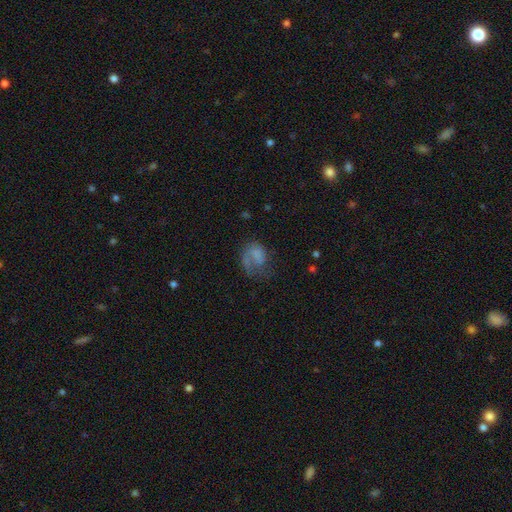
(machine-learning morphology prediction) smooth-or-featured: featured or disk: 48% | smooth: 42% | star or artifact: 10%
  merging: major disturbance: 44% | none: 32% | minor disturbance: 20% | merger: 4%